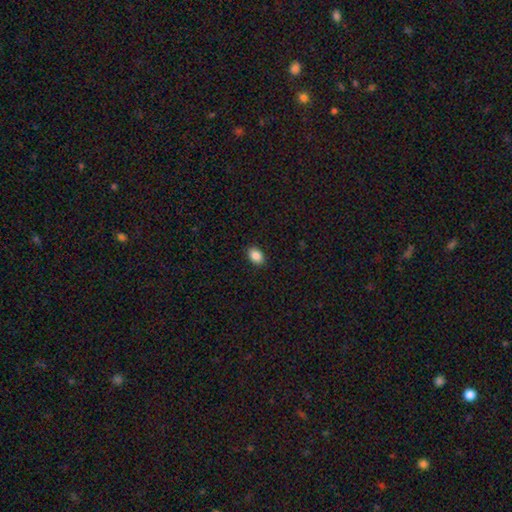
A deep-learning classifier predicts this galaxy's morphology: Q: Smooth or featured?
A: smooth (88%); runner-up: star or artifact (8%)
Q: How rounded?
A: in between (81%); runner-up: round (17%)
Q: Merging?
A: none (90%); runner-up: minor disturbance (7%)